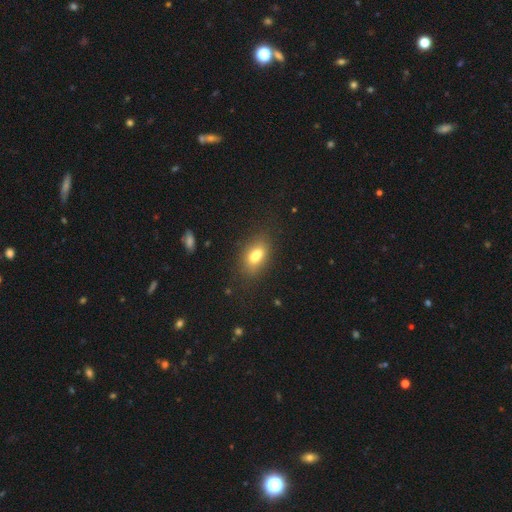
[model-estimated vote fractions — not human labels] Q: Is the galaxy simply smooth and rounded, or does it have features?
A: smooth — 71%.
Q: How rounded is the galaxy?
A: in between — 84%.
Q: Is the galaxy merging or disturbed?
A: none — 55%.